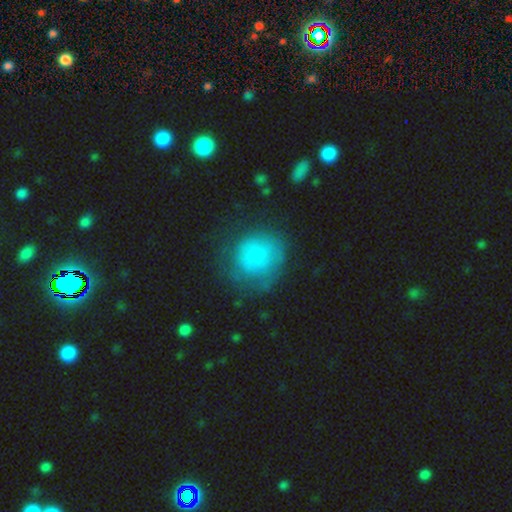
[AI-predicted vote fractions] This is likely a smooth galaxy (73%). How rounded: clearly round (82%). Merging: possibly none (54%).